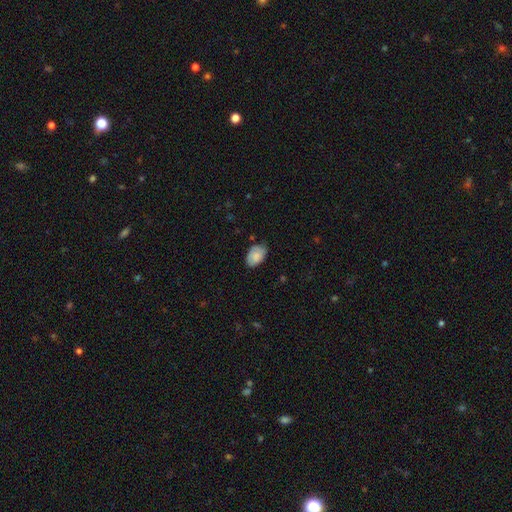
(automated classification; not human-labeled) Morphology: type=smooth (80%); roundness=in between (90%); merging=none (70%).